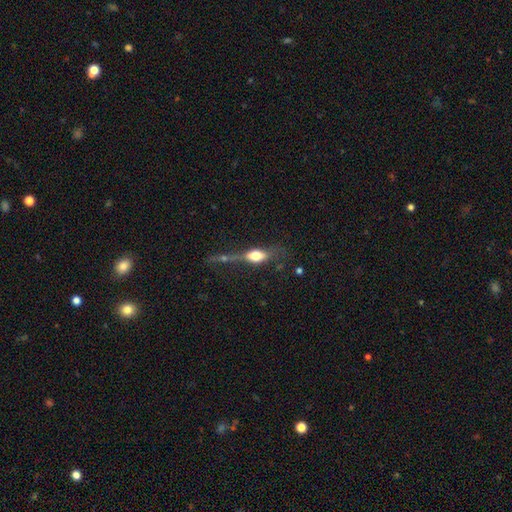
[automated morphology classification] Overall: smooth (55%; featured or disk 35%). How rounded: in between (69%). Merging: none (39%; major disturbance 24%).